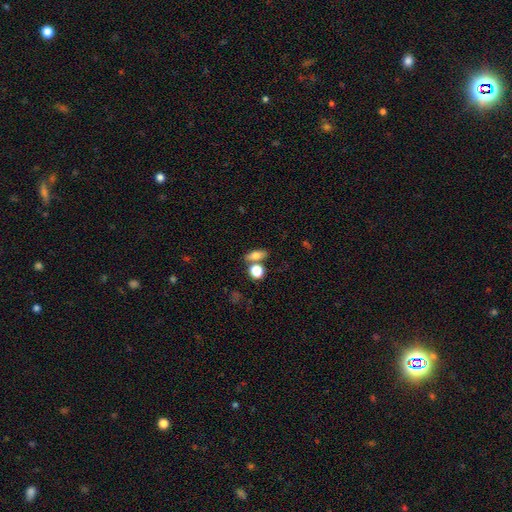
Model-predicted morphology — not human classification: Smooth or featured? smooth (70%)
How rounded? in between (65%)
Merging? none (66%)